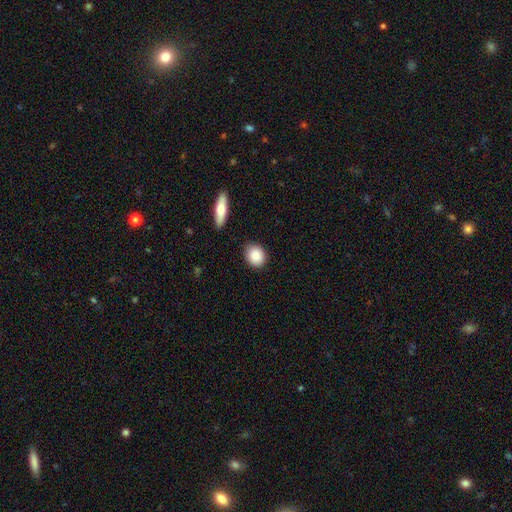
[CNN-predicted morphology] smooth 88%, star or artifact 7%, featured or disk 5%. Down the decision tree: how rounded — round (63%); merging — none (86%).